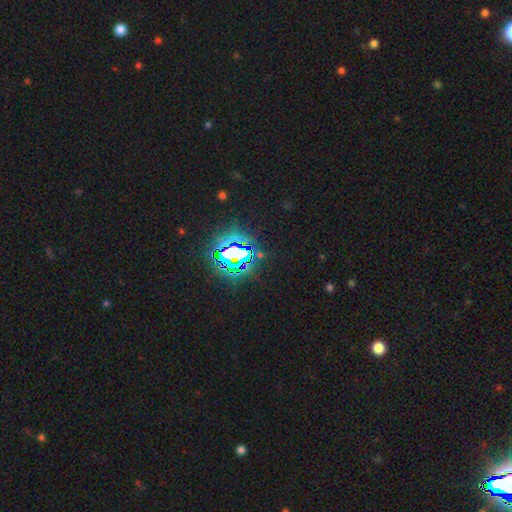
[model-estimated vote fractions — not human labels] Smooth or featured?
  - star or artifact: 79% *
  - smooth: 13%
  - featured or disk: 9%